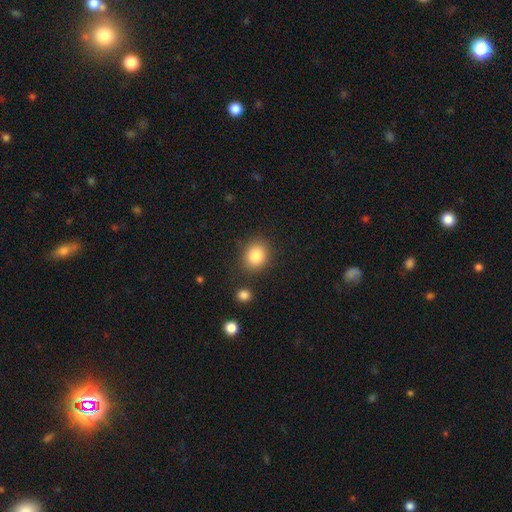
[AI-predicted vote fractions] Smooth or featured? smooth (85%)
How rounded? round (62%)
Merging? none (82%)